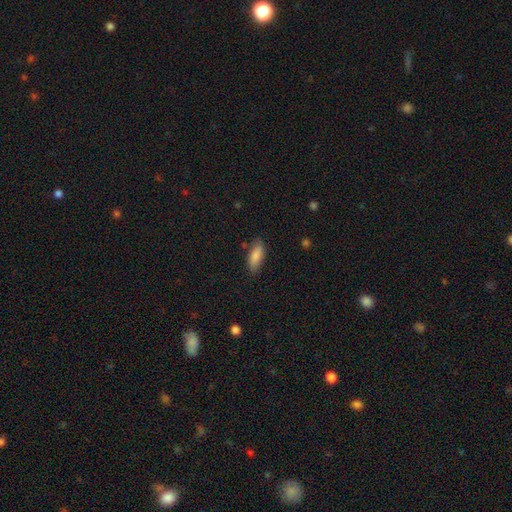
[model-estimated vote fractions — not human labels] This appears to be a smooth galaxy with no disk features (84%) that is in between round and cigar-shaped (76%). Merging: none (81%).